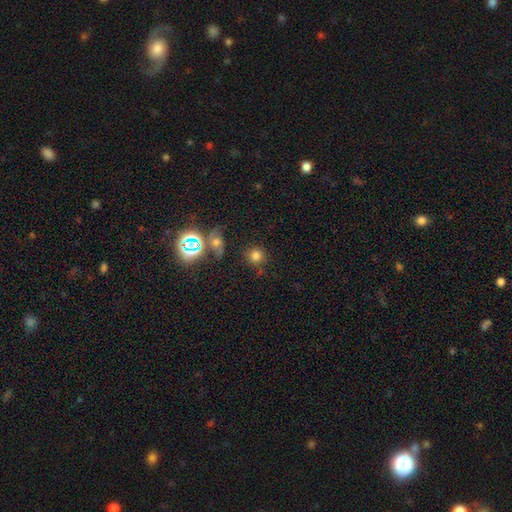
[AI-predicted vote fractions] A smooth galaxy with no disk features (73%) that is round (92%).

Vote fractions:
- Smooth or featured? smooth: 73% / star or artifact: 19% / featured or disk: 9%
- How rounded? round: 92% / in between: 7% / cigar-shaped: 1%
- Merging? none: 79% / minor disturbance: 10% / merger: 6% / major disturbance: 4%